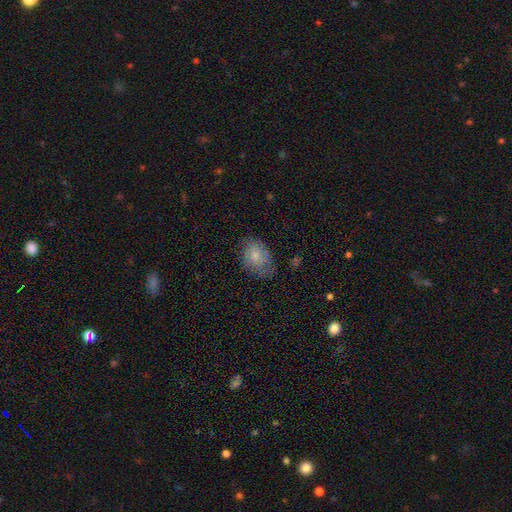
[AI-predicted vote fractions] Q: Smooth or featured?
A: smooth (77%); runner-up: featured or disk (15%)
Q: How rounded?
A: in between (76%); runner-up: round (23%)
Q: Merging?
A: none (56%); runner-up: minor disturbance (31%)